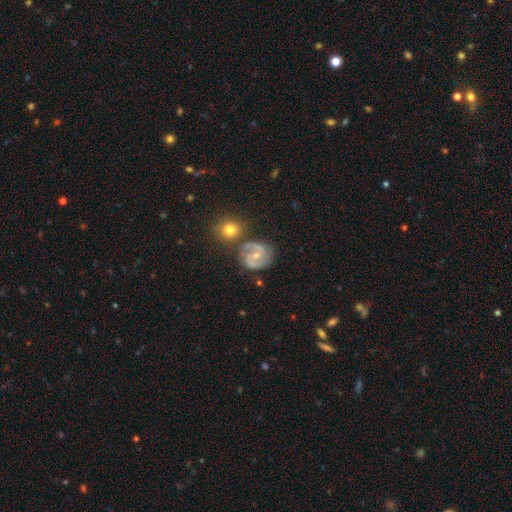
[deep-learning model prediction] featured or disk 81%, smooth 13%, star or artifact 6%. Down the decision tree: edge-on disk — no (98%); bar — no (48%); spiral arms — yes (96%); spiral arm count — 2 (89%); spiral winding — medium (55%); bulge size — small (50%); merging — none (70%).